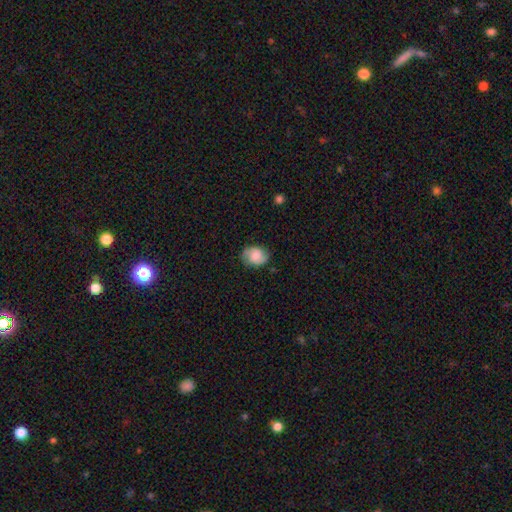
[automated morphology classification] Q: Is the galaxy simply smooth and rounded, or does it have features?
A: smooth — 61%.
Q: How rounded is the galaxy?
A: in between — 58%.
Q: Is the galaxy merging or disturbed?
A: none — 79%.